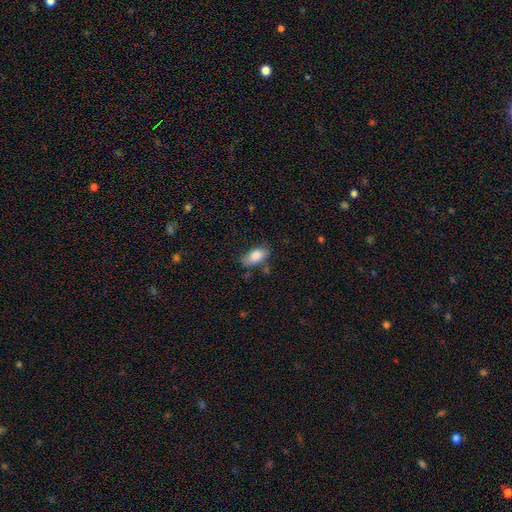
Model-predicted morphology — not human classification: The model was most divided on "merging": none: 71%, minor disturbance: 20%, major disturbance: 5%, merger: 4%. More confident: how rounded — in between (91%); smooth or featured — smooth (83%).